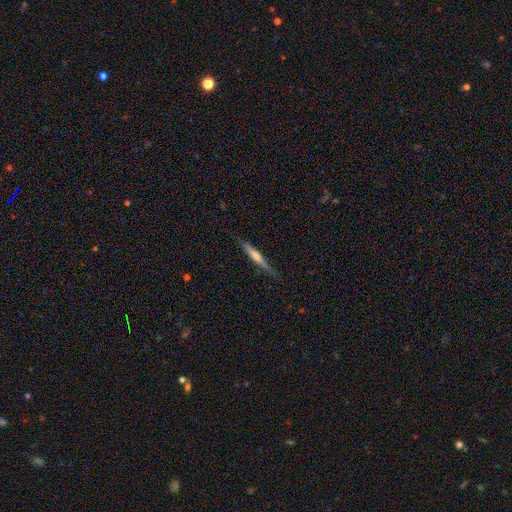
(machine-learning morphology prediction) smooth-or-featured: featured or disk: 60% | smooth: 34% | star or artifact: 6%
  disk-edge-on: yes: 96% | no: 4%
    edge-on-bulge: rounded: 70% | none: 20% | boxy: 10%
  merging: none: 82% | minor disturbance: 14% | major disturbance: 3% | merger: 1%